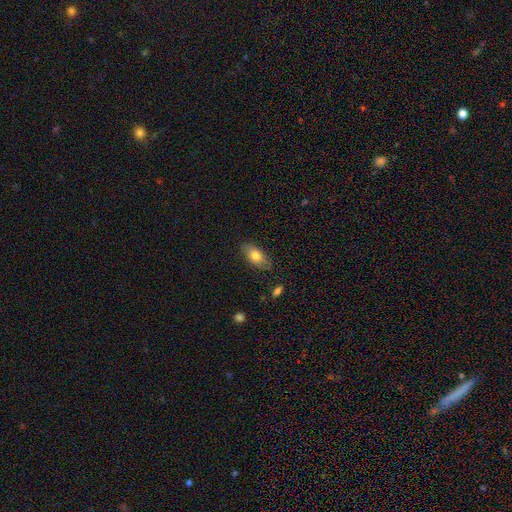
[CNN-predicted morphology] Smooth or featured?
  - smooth: 78% *
  - featured or disk: 15%
  - star or artifact: 7%
How rounded?
  - in between: 89% *
  - cigar-shaped: 6%
  - round: 4%
Merging?
  - none: 83% *
  - minor disturbance: 13%
  - major disturbance: 3%
  - merger: 1%